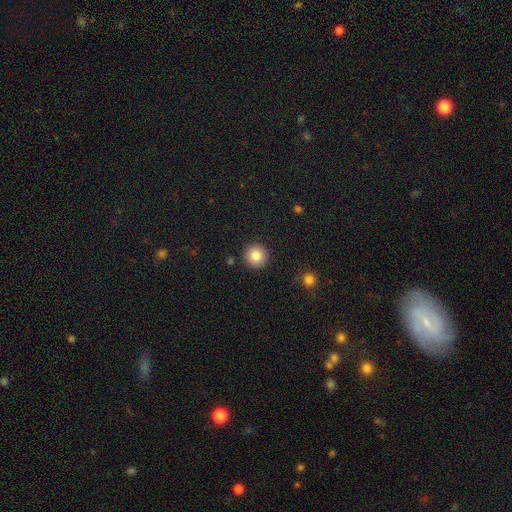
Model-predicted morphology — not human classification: smooth 84%, star or artifact 10%, featured or disk 6%. Down the decision tree: how rounded — round (95%); merging — none (91%).